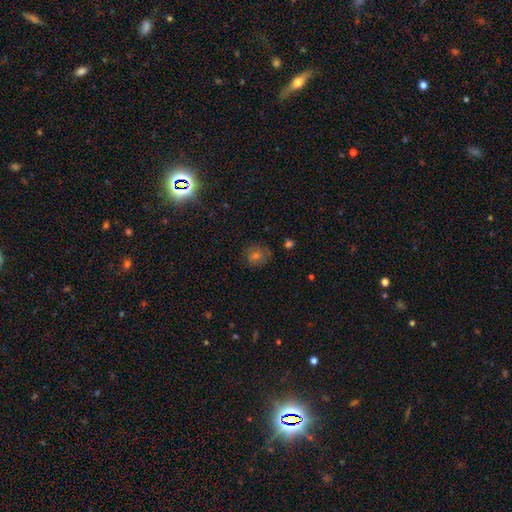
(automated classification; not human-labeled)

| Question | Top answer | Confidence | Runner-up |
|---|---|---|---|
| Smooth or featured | smooth | 46% | star or artifact (36%) |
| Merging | none | 80% | minor disturbance (13%) |